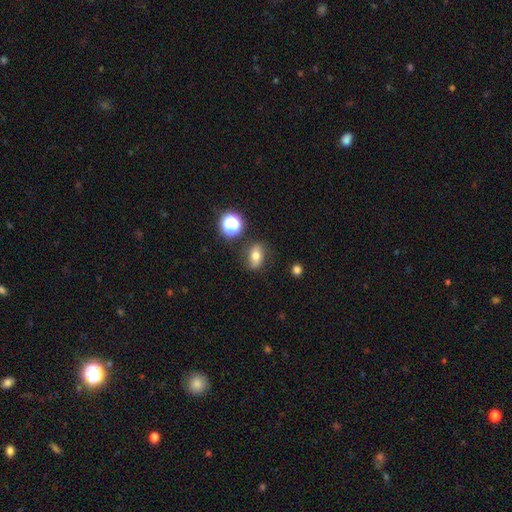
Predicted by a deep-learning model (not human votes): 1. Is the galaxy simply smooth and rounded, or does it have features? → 65% smooth, 22% featured or disk, 13% star or artifact.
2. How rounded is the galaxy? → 73% in between, 22% round, 5% cigar-shaped.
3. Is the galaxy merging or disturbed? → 78% none, 14% minor disturbance, 4% major disturbance, 3% merger.